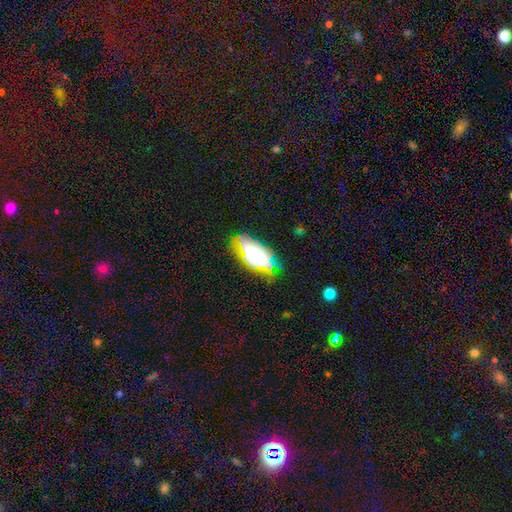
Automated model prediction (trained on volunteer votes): This appears to be a smooth galaxy with no disk features (47%). Merging: none (62%).